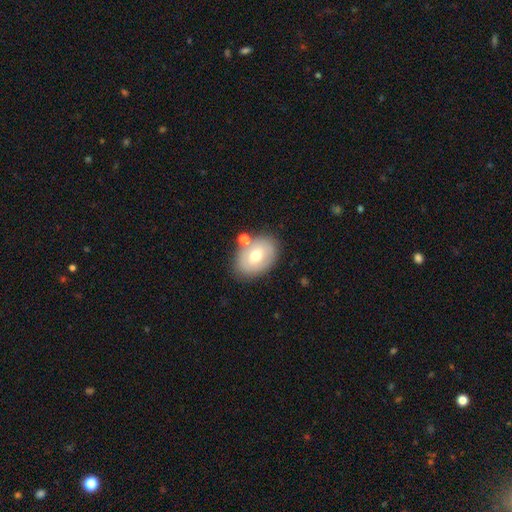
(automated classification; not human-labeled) This appears to be a smooth galaxy with no disk features (60%) that is in between round and cigar-shaped (76%). Merging: none (72%).